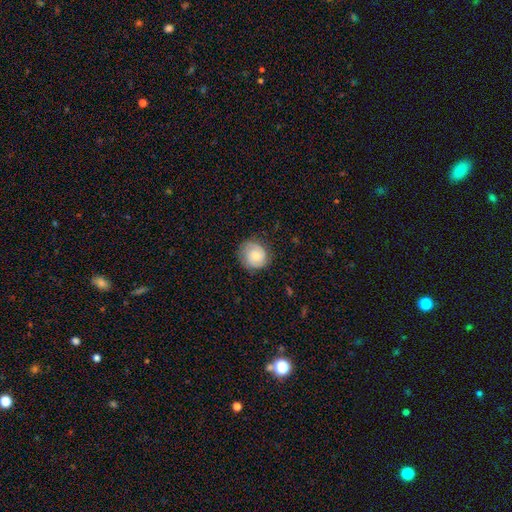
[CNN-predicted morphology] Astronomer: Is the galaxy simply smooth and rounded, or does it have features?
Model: smooth — 49% (runner-up: featured or disk, 44%).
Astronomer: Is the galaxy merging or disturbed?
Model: none — 79%.